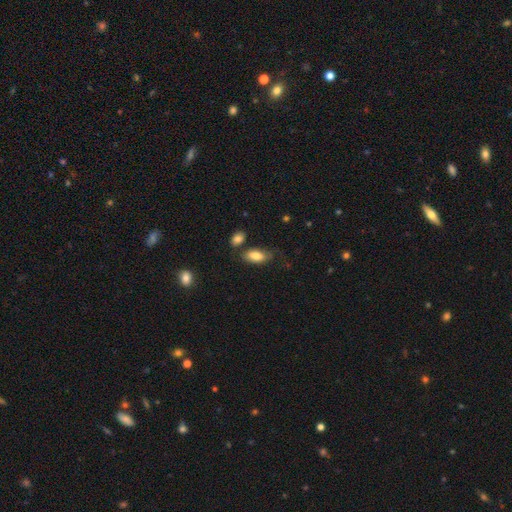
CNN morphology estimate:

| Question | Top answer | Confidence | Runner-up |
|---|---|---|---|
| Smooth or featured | smooth | 82% | featured or disk (11%) |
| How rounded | in between | 90% | cigar-shaped (6%) |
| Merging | none | 60% | minor disturbance (24%) |